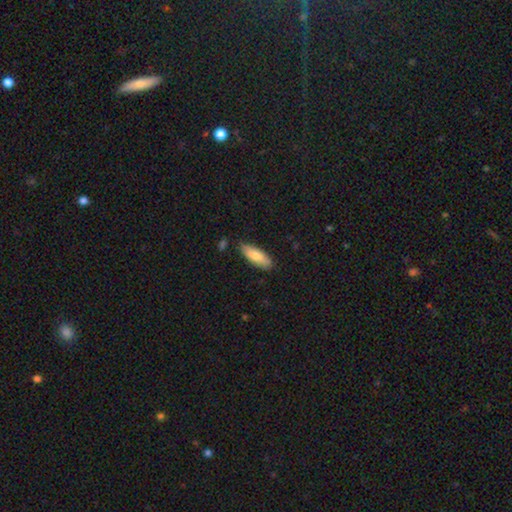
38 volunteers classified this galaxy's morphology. Q: Smooth or featured?
A: smooth (71%); runner-up: featured or disk (24%)
Q: How rounded?
A: in between (63%); runner-up: cigar-shaped (37%)
Q: Merging?
A: none (72%); runner-up: minor disturbance (17%)